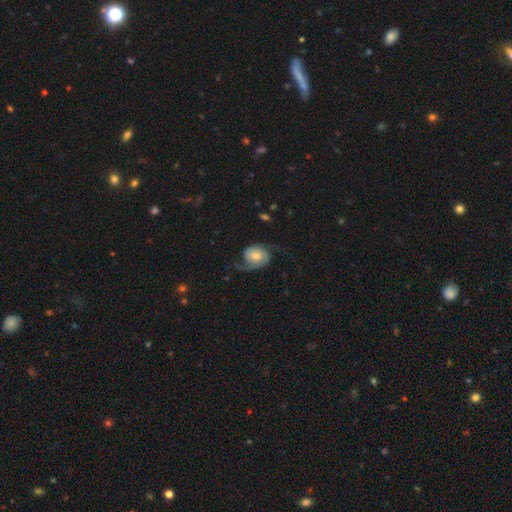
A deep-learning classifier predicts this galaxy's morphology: A featured or disk galaxy (78%) with no bar (65%), 2 (90%) loose (49%) spiral arms (96%) and a moderate central bulge (48%).

Vote fractions:
- Smooth or featured? featured or disk: 78% / smooth: 16% / star or artifact: 6%
- Edge-on disk? no: 98% / yes: 2%
- Bar? no: 65% / weak: 29% / strong: 6%
- Spiral arms? yes: 96% / no: 4%
- Spiral winding? loose: 49% / medium: 36% / tight: 15%
- Spiral arm count? 2: 90% / 1: 4% / can't tell: 3% / 3: 1% / 4: 1% / more than 4: 1%
- Bulge size? moderate: 48% / small: 29% / large: 13% / none: 6% / dominant: 3%
- Merging? none: 65% / minor disturbance: 18% / major disturbance: 15% / merger: 2%